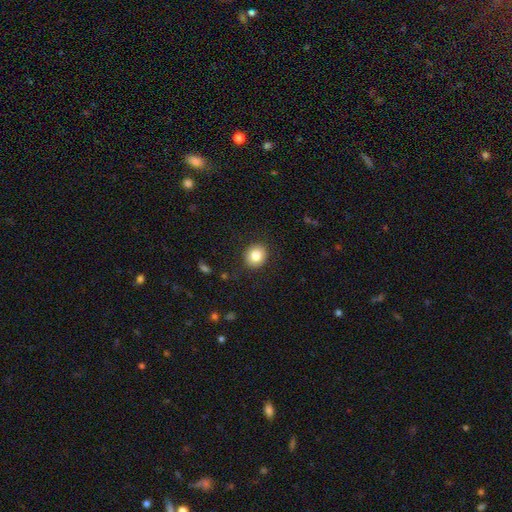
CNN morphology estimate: A smooth galaxy with no disk features (83%) that is round (79%).

Vote fractions:
- Smooth or featured? smooth: 83% / star or artifact: 9% / featured or disk: 8%
- How rounded? round: 79% / in between: 20% / cigar-shaped: 1%
- Merging? none: 90% / minor disturbance: 7% / major disturbance: 2% / merger: 1%